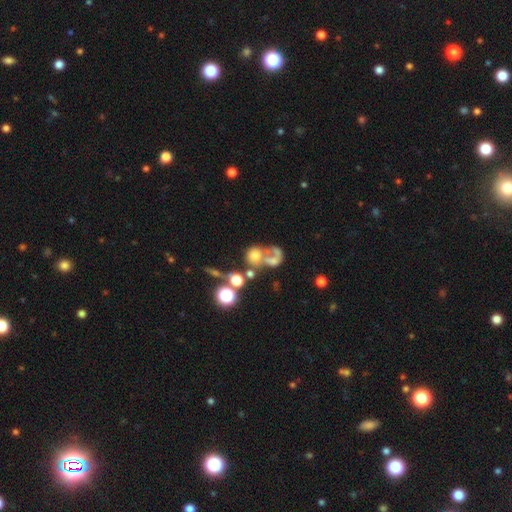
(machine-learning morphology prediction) Smooth or featured? Predicted: smooth (p=0.46). Merging? Predicted: merger (p=0.52).